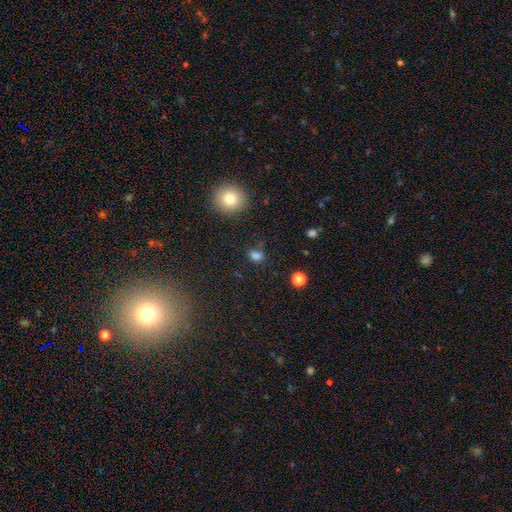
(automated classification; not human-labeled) Smooth or featured: smooth — 76% (star or artifact — 18%)
How rounded: in between — 57% (round — 41%)
Merging: none — 62% (minor disturbance — 17%)